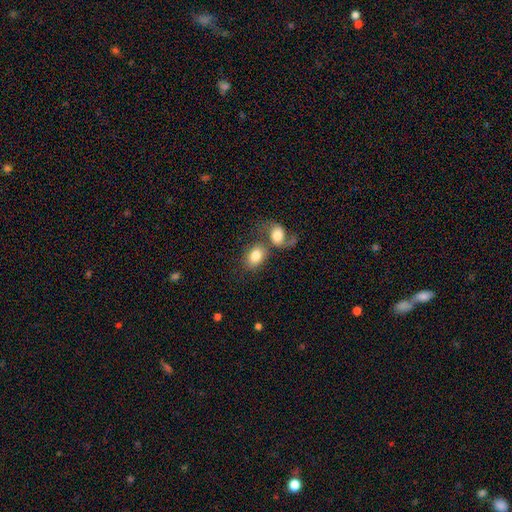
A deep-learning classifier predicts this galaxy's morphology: Smooth or featured? Predicted: smooth (p=0.78). How rounded? Predicted: in between (p=0.68). Merging? Predicted: merger (p=0.45).